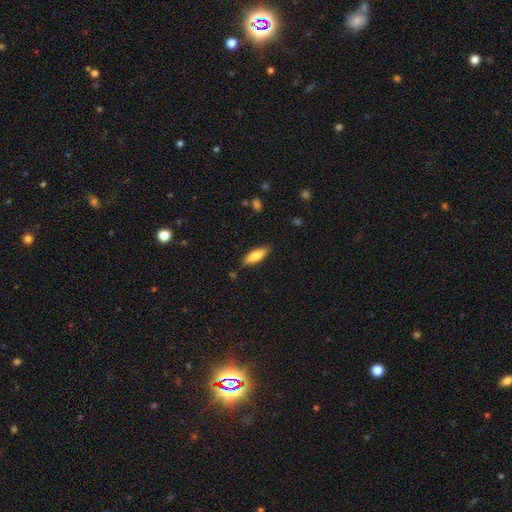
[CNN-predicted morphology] This appears to be a smooth galaxy with no disk features (80%) that is in between round and cigar-shaped (61%). Merging: none (84%).